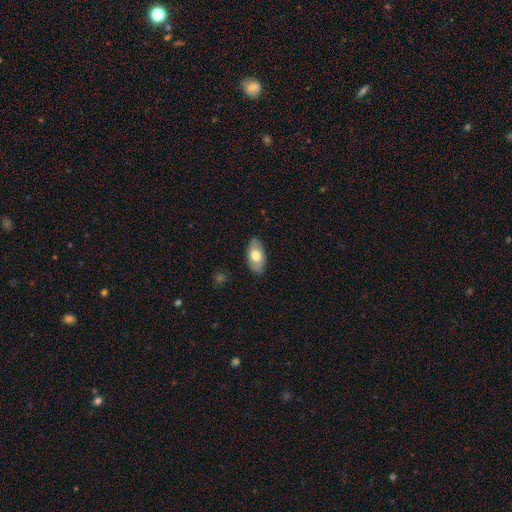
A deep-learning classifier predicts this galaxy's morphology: Overall: smooth (69%). How rounded: in between (94%). Merging: none (84%).